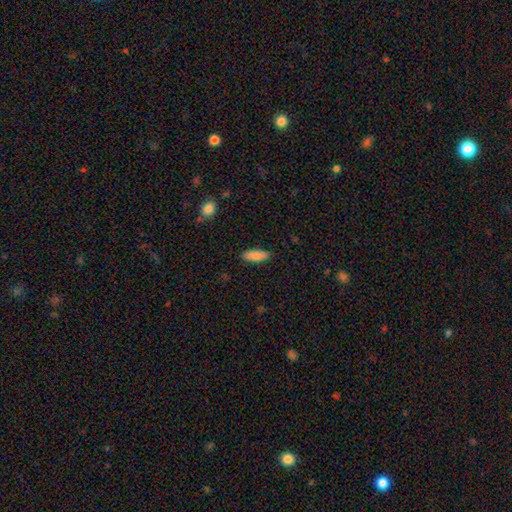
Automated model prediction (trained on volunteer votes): Q: Smooth or featured?
A: smooth (87%); runner-up: star or artifact (6%)
Q: How rounded?
A: in between (60%); runner-up: cigar-shaped (39%)
Q: Merging?
A: none (87%); runner-up: minor disturbance (9%)